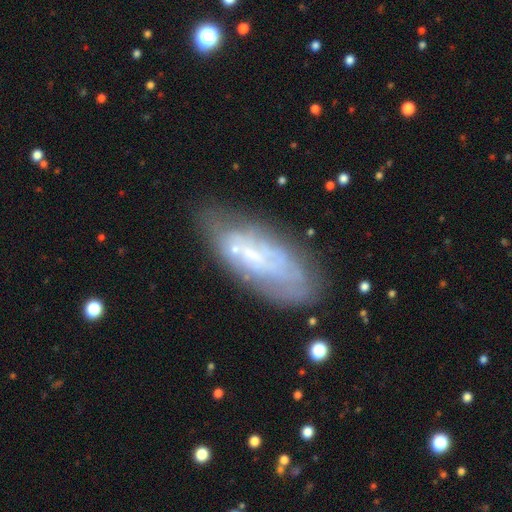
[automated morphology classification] smooth-or-featured: featured or disk: 55% | smooth: 36% | star or artifact: 9%
  disk-edge-on: no: 84% | yes: 16%
  merging: none: 61% | minor disturbance: 22% | major disturbance: 11% | merger: 6%